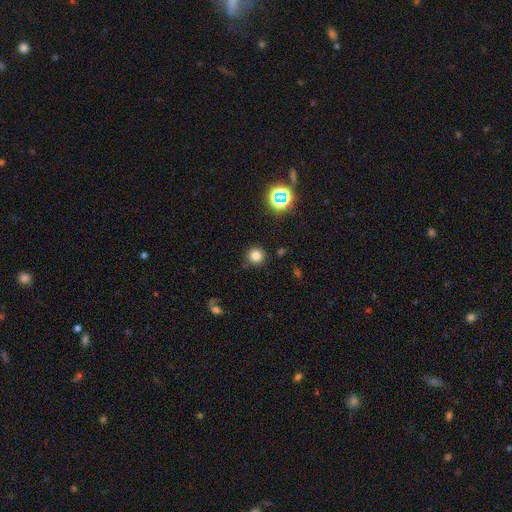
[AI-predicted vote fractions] The model was most divided on "smooth or featured": smooth: 77%, star or artifact: 17%, featured or disk: 6%. More confident: how rounded — round (94%); merging — none (86%).